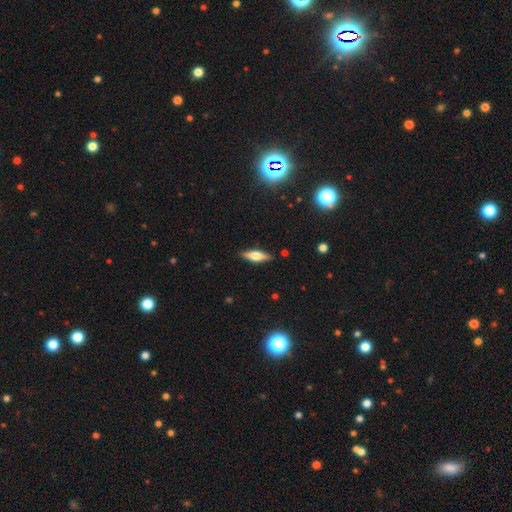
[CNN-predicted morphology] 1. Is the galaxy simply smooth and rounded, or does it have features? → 50% featured or disk, 43% smooth, 7% star or artifact.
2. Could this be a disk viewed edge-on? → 92% yes, 8% no.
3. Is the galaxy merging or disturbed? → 88% none, 9% minor disturbance, 2% major disturbance, 1% merger.